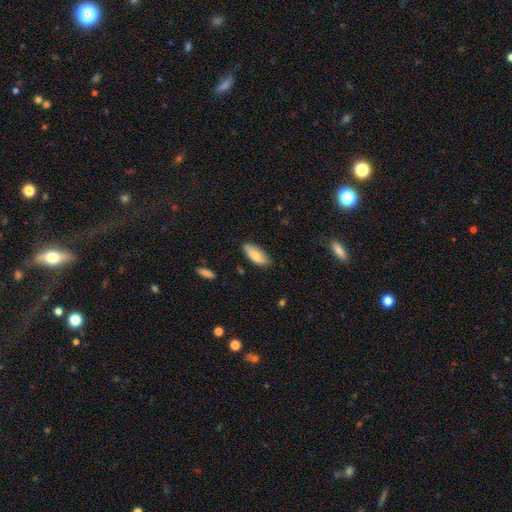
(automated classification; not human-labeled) Smooth or featured? Predicted: smooth (p=0.77). How rounded? Predicted: in between (p=0.82). Merging? Predicted: none (p=0.77).